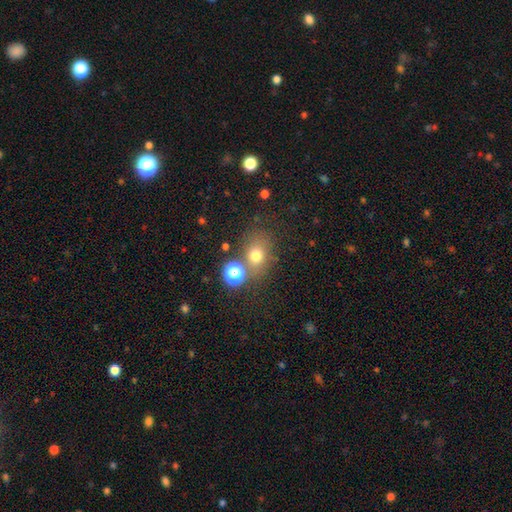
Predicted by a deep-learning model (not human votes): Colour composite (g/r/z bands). It shows a smooth galaxy with no disk features (71%) that is round (61%). Merging: none (64%).